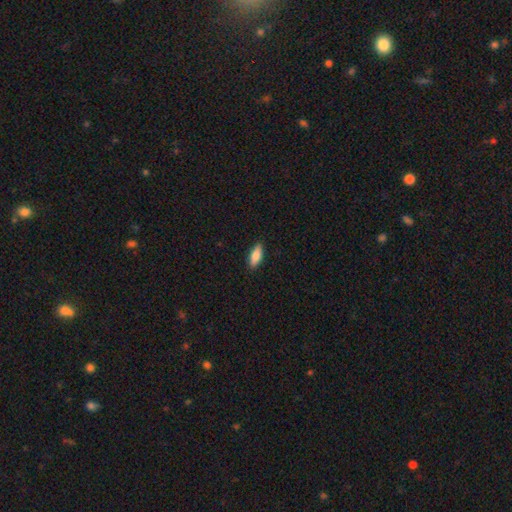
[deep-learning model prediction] A smooth galaxy with no disk features (83%) that is in between round and cigar-shaped (71%). Merging: none (89%).